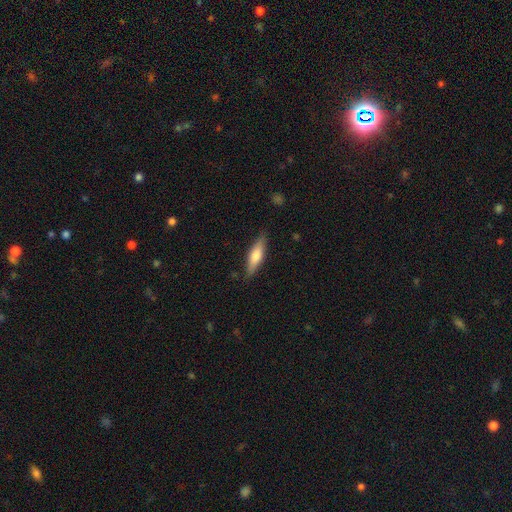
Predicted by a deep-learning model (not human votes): smooth 57%, featured or disk 38%, star or artifact 6%. Down the decision tree: how rounded — cigar-shaped (62%); merging — none (85%).